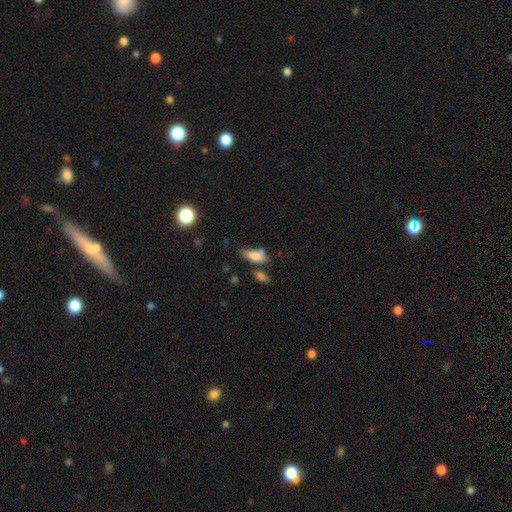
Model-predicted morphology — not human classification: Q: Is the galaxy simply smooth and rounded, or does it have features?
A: smooth — 76%.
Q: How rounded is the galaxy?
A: in between — 75%.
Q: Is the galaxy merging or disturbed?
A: none — 42%.